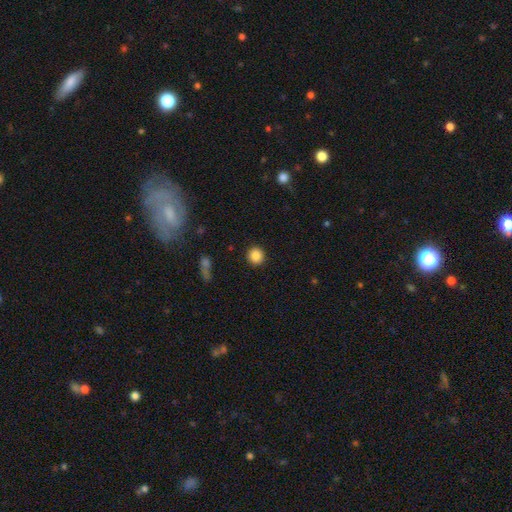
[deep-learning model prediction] Q: Smooth or featured?
A: smooth (87%); runner-up: star or artifact (9%)
Q: How rounded?
A: round (93%); runner-up: in between (6%)
Q: Merging?
A: none (91%); runner-up: minor disturbance (5%)